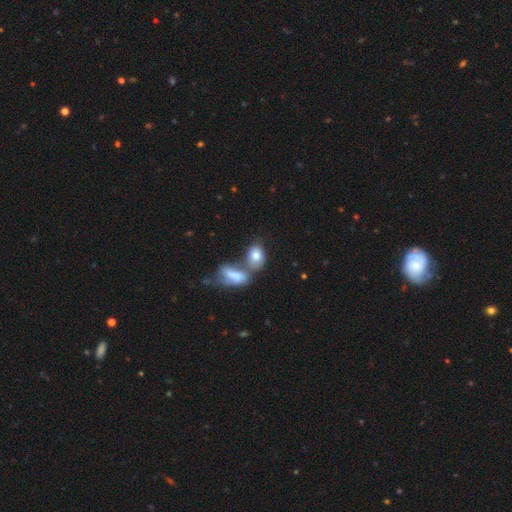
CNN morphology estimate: A smooth galaxy with no disk features (77%) that is in between round and cigar-shaped (83%).

Vote fractions:
- Smooth or featured? smooth: 77% / featured or disk: 15% / star or artifact: 8%
- How rounded? in between: 83% / round: 14% / cigar-shaped: 3%
- Merging? merger: 49% / none: 32% / minor disturbance: 12% / major disturbance: 7%